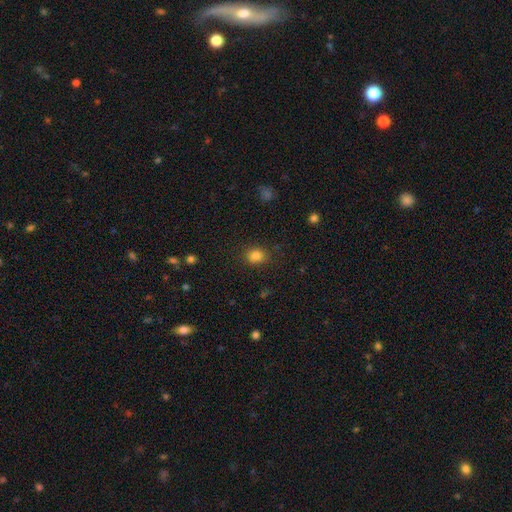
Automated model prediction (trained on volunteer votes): A smooth galaxy with no disk features (83%) that is round (62%). Merging: none (83%).